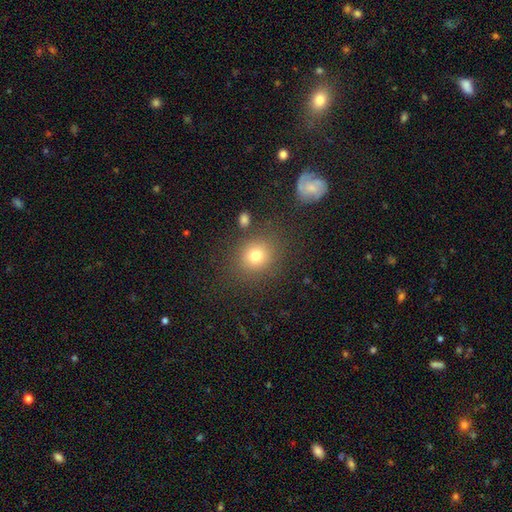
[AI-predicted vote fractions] Q: Smooth or featured?
A: smooth (77%); runner-up: star or artifact (14%)
Q: How rounded?
A: round (78%); runner-up: in between (21%)
Q: Merging?
A: none (82%); runner-up: minor disturbance (10%)